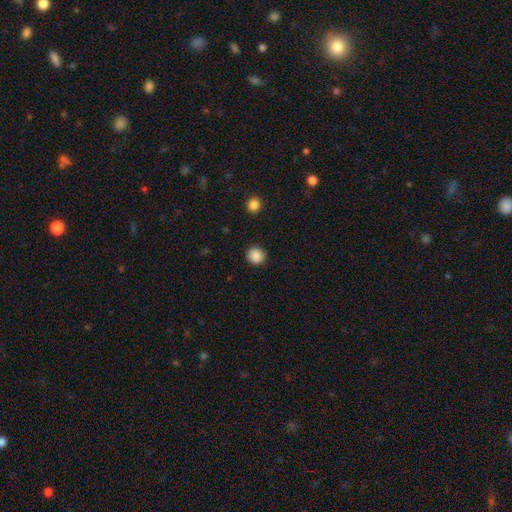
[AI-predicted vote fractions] A smooth galaxy with no disk features (88%) that is round (91%). Merging: none (92%).